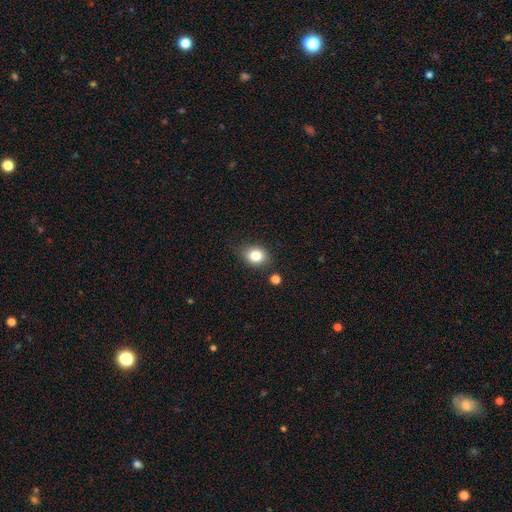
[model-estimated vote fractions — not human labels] A smooth galaxy with no disk features (82%) that is in between round and cigar-shaped (52%).

Vote fractions:
- Smooth or featured? smooth: 82% / star or artifact: 10% / featured or disk: 8%
- How rounded? in between: 52% / round: 47% / cigar-shaped: 1%
- Merging? none: 79% / minor disturbance: 14% / merger: 4% / major disturbance: 3%